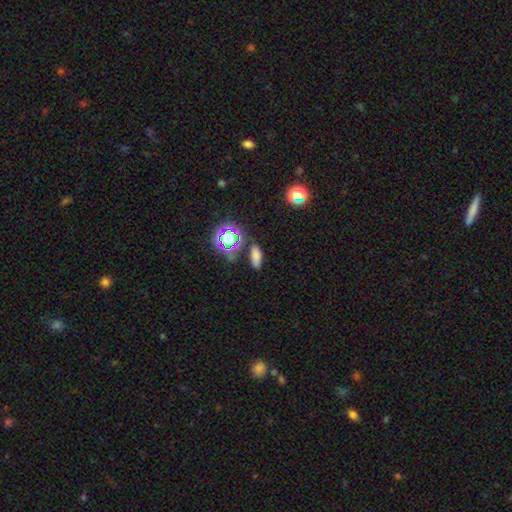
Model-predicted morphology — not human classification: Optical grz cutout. It shows a smooth galaxy with no disk features (71%) that is in between round and cigar-shaped (78%). Merging: none (79%).